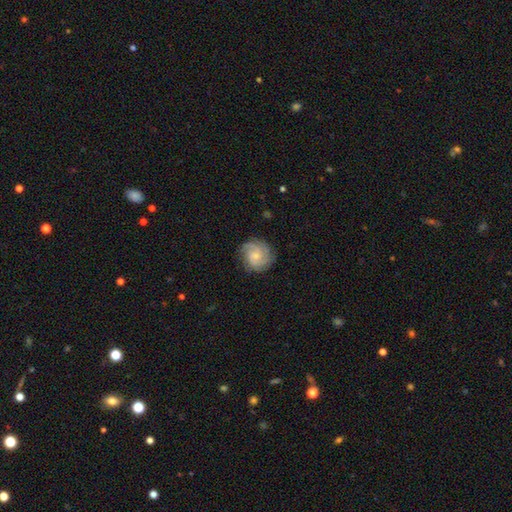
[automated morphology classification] type=featured or disk (75%); edge-on=no (98%); bar=no (65%); spiral arms=yes (96%); winding=tight (59%); arm count=2 (34%); bulge=small (53%); merging=none (78%).